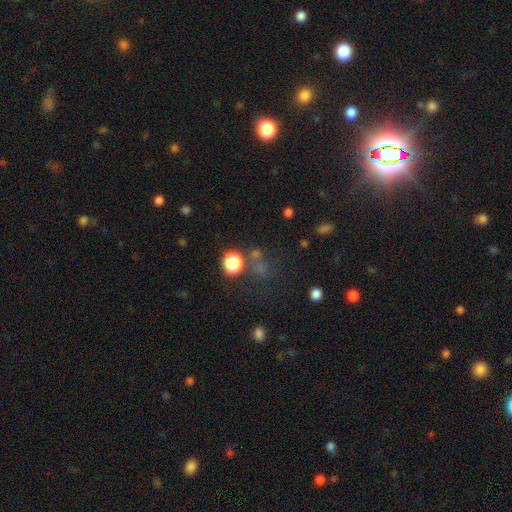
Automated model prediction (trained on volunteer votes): Overall: smooth (52%; star or artifact 40%). How rounded: round (81%). Merging: none (67%).